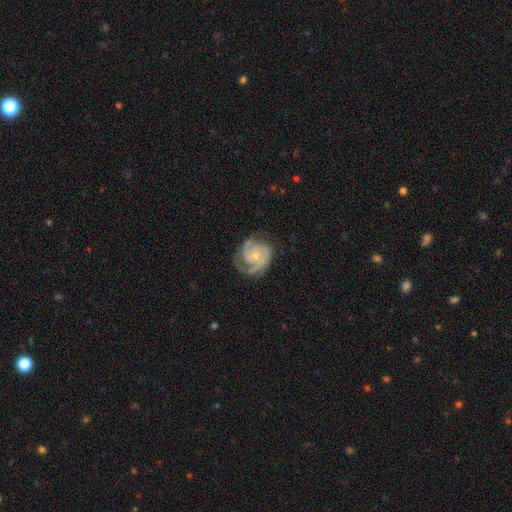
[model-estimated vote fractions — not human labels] Overall: featured or disk (90%). Edge-on disk: no (98%). Bar: no (74%). Spiral arms: yes (98%). Spiral arm count: 2 (48%; 3 34%). Spiral winding: tight (55%; medium 39%). Bulge size: small (72%). Merging: none (72%).